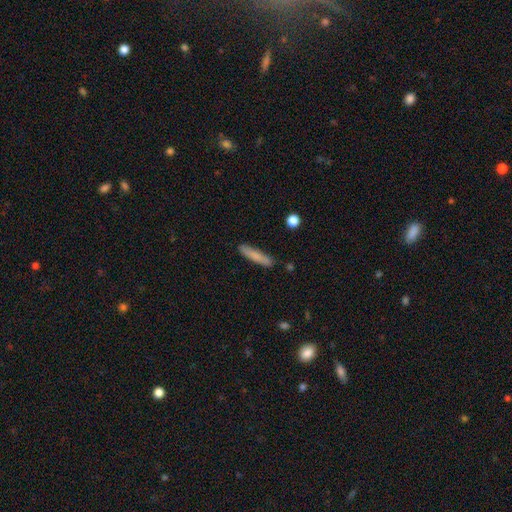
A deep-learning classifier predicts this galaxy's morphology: This is likely a smooth galaxy (78%). How rounded: clearly cigar-shaped (88%). Merging: clearly none (85%).